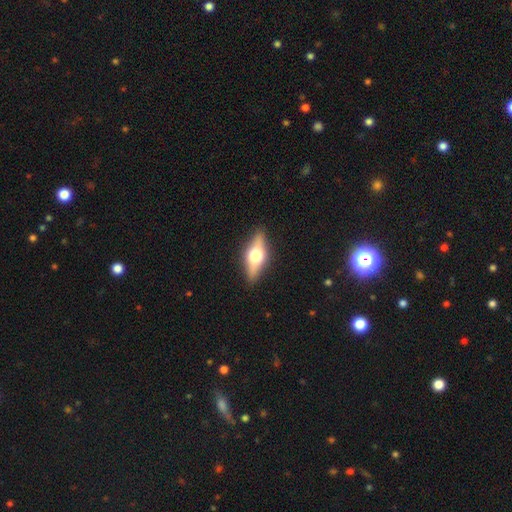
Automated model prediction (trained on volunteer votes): This appears to be a featured or disk galaxy (56%) viewed edge-on (91%) with a rounded central bulge (95%). Merging: none (88%).